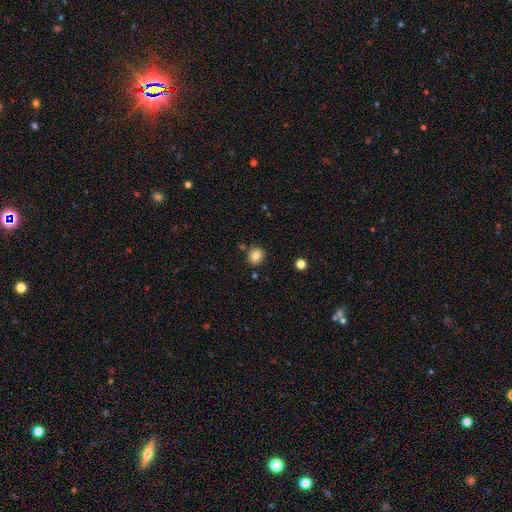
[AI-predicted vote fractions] A smooth galaxy with no disk features (83%) that is round (84%).

Vote fractions:
- Smooth or featured? smooth: 83% / star or artifact: 10% / featured or disk: 6%
- How rounded? round: 84% / in between: 15% / cigar-shaped: 1%
- Merging? none: 85% / minor disturbance: 9% / merger: 4% / major disturbance: 2%